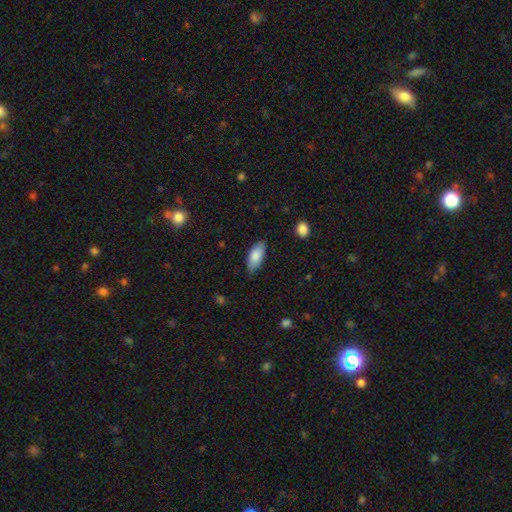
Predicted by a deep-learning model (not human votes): Smooth or featured? smooth (84%)
How rounded? in between (88%)
Merging? none (76%)